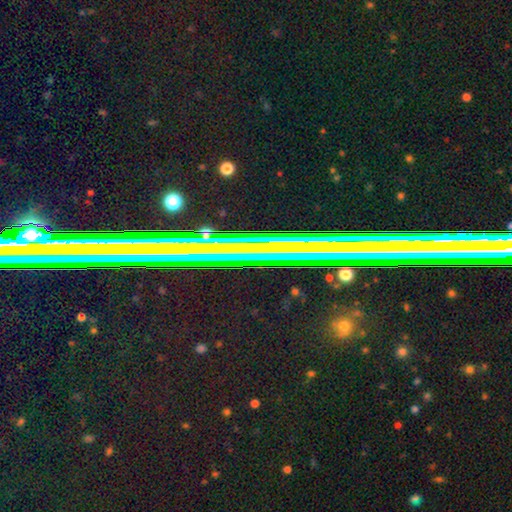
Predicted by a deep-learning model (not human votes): Smooth or featured? star or artifact (60%)